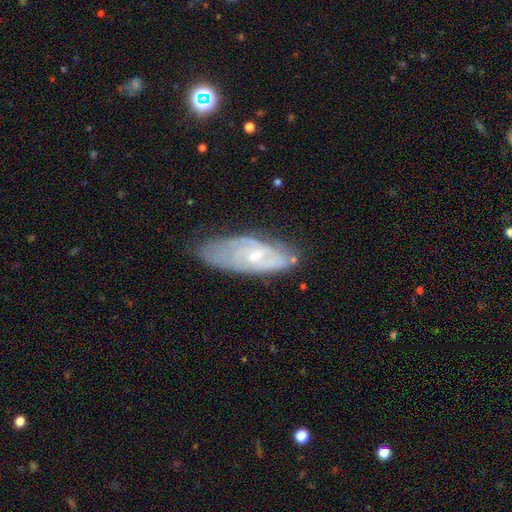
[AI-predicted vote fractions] smooth_or_featured: featured or disk (p=0.68) [alt: smooth p=0.25]
disk_edge_on: no (p=0.84) [alt: yes p=0.16]
bar: no (p=0.58) [alt: weak p=0.35]
has_spiral_arms: yes (p=0.75) [alt: no p=0.25]
bulge_size: small (p=0.57) [alt: moderate p=0.36]
merging: none (p=0.62) [alt: minor disturbance p=0.27]